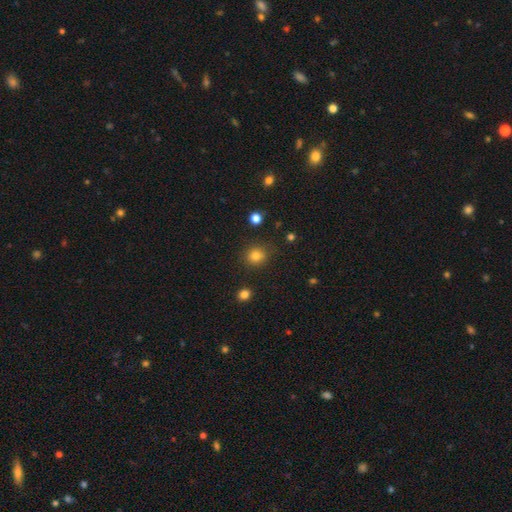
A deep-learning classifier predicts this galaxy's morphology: Smooth or featured? smooth (83%)
How rounded? round (81%)
Merging? none (85%)